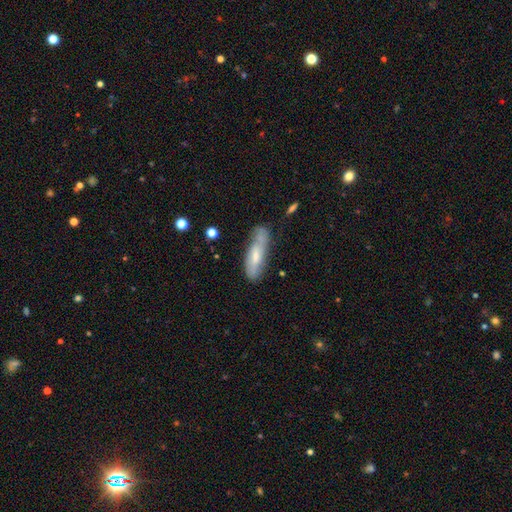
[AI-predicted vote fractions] Smooth or featured: smooth — 57% (featured or disk — 37%)
How rounded: cigar-shaped — 53% (in between — 45%)
Merging: none — 56% (minor disturbance — 27%)